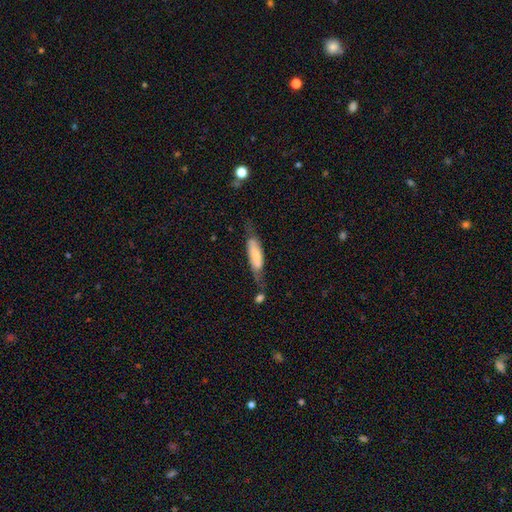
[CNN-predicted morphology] smooth-or-featured: smooth: 54% | featured or disk: 40% | star or artifact: 6%
  how-rounded: cigar-shaped: 51% | in between: 47% | round: 2%
  merging: none: 41% | minor disturbance: 28% | major disturbance: 20% | merger: 10%